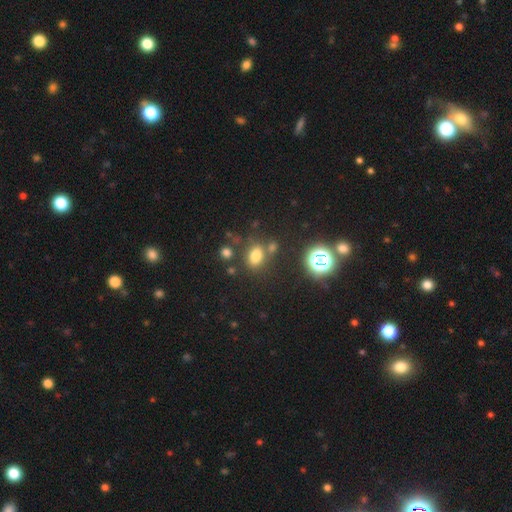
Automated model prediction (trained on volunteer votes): Morphology: type=smooth (73%); roundness=in between (69%); merging=none (65%).